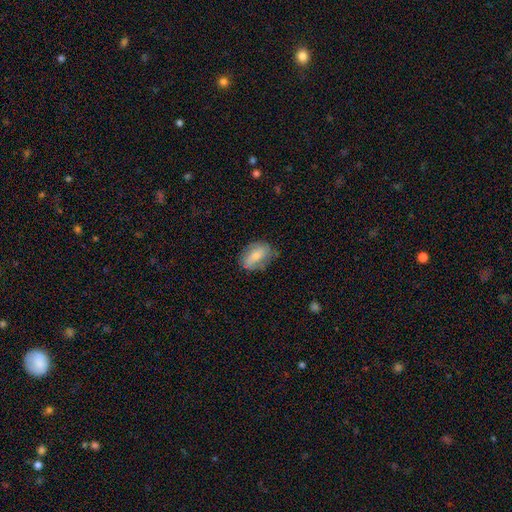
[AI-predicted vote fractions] smooth_or_featured: smooth (p=0.60) [alt: featured or disk p=0.33]
how_rounded: in between (p=0.82) [alt: round p=0.15]
merging: none (p=0.67) [alt: minor disturbance p=0.24]